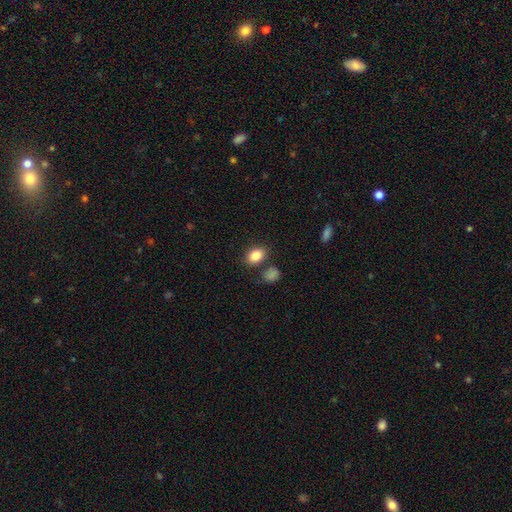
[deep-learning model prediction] A smooth galaxy with no disk features (85%) that is in between round and cigar-shaped (72%). Merging: none (76%).